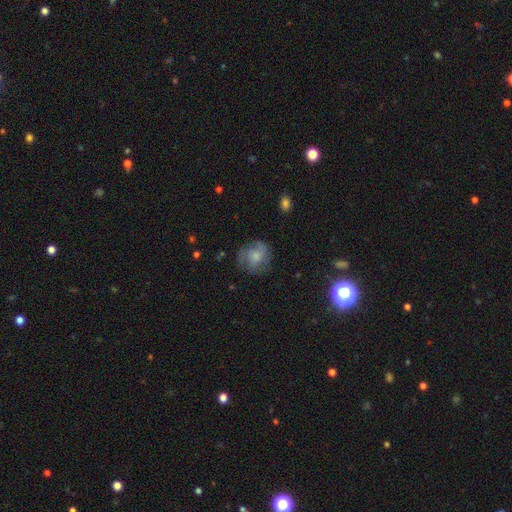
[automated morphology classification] Smooth or featured? smooth (50%)
Merging? none (66%)